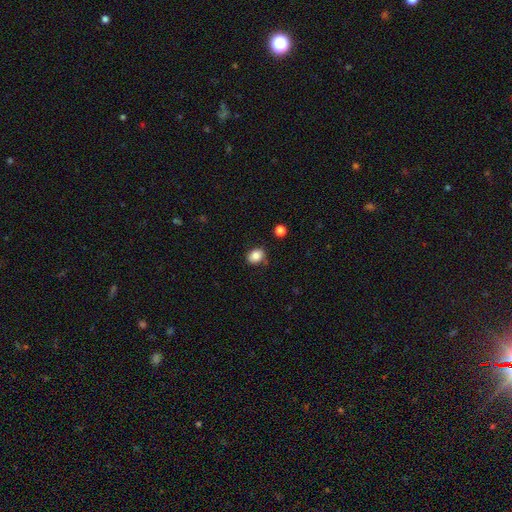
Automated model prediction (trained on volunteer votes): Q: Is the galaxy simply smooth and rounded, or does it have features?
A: smooth — 84%.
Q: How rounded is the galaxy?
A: in between — 55%.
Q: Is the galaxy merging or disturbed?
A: none — 82%.